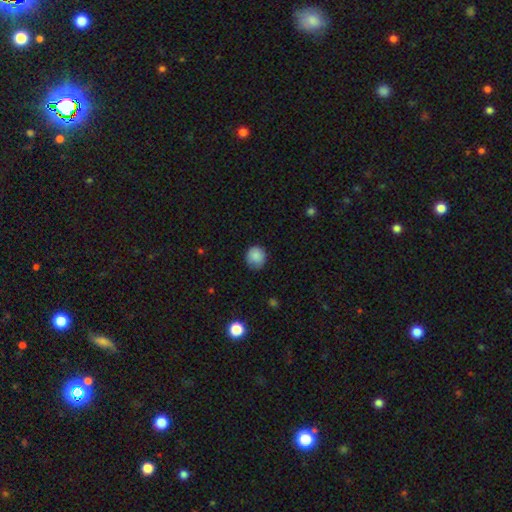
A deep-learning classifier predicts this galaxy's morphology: A smooth galaxy with no disk features (86%) that is round (83%).

Vote fractions:
- Smooth or featured? smooth: 86% / star or artifact: 9% / featured or disk: 5%
- How rounded? round: 83% / in between: 16% / cigar-shaped: 1%
- Merging? none: 75% / minor disturbance: 21% / major disturbance: 4% / merger: 1%